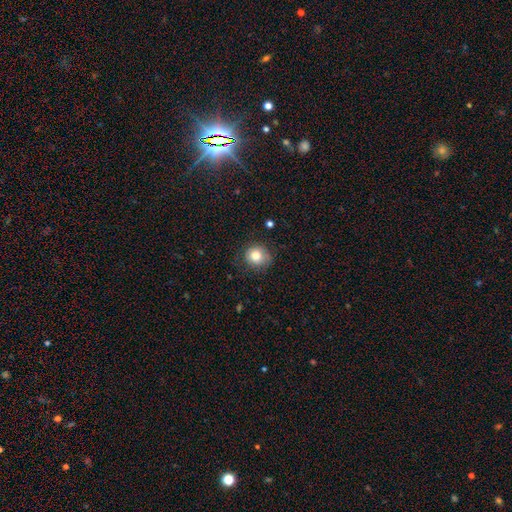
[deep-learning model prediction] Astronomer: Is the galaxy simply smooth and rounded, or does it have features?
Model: smooth — 81%.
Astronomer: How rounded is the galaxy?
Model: round — 84%.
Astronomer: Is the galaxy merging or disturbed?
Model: none — 74%.